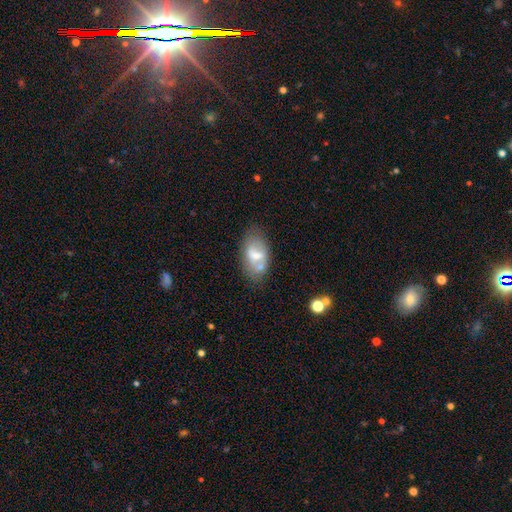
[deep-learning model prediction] A smooth galaxy with no disk features (51%) that is in between round and cigar-shaped (91%). Merging: none (56%).